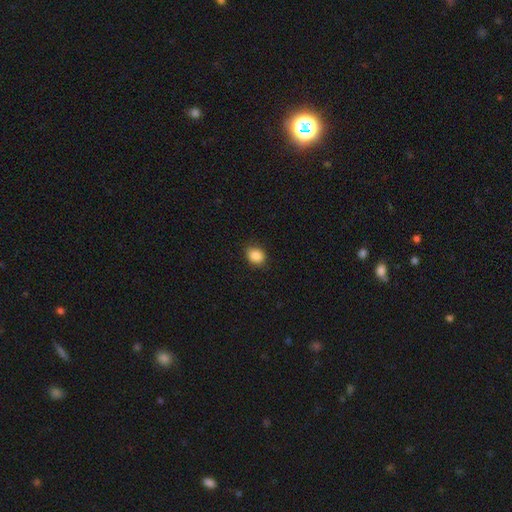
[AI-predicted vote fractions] The model was most divided on "how rounded": round: 51%, in between: 48%, cigar-shaped: 1%. More confident: smooth or featured — smooth (88%); merging — none (84%).